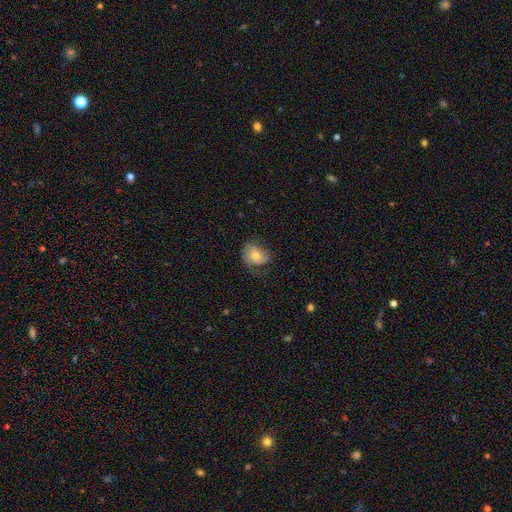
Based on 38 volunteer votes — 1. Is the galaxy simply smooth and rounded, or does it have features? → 76% smooth, 16% featured or disk, 8% star or artifact.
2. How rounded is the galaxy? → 59% in between, 41% round, 0% cigar-shaped.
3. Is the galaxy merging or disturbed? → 51% none, 29% minor disturbance, 20% major disturbance, 0% merger.